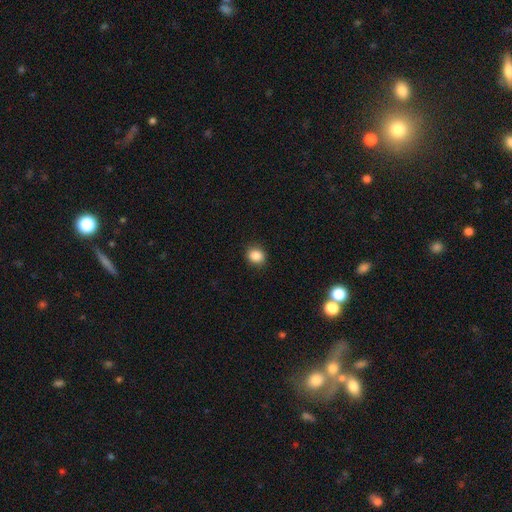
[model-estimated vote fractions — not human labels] smooth-or-featured: smooth: 87% | star or artifact: 10% | featured or disk: 3%
  how-rounded: round: 74% | in between: 25% | cigar-shaped: 1%
  merging: none: 89% | minor disturbance: 8% | major disturbance: 2% | merger: 1%